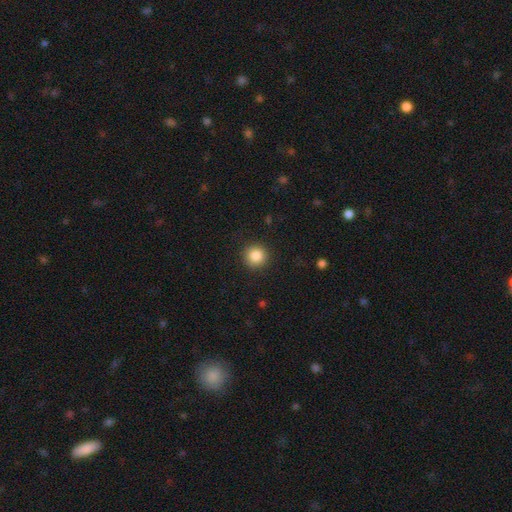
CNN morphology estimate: A smooth galaxy with no disk features (86%) that is round (95%).

Vote fractions:
- Smooth or featured? smooth: 86% / star or artifact: 10% / featured or disk: 4%
- How rounded? round: 95% / in between: 5% / cigar-shaped: 1%
- Merging? none: 91% / minor disturbance: 6% / major disturbance: 2% / merger: 1%